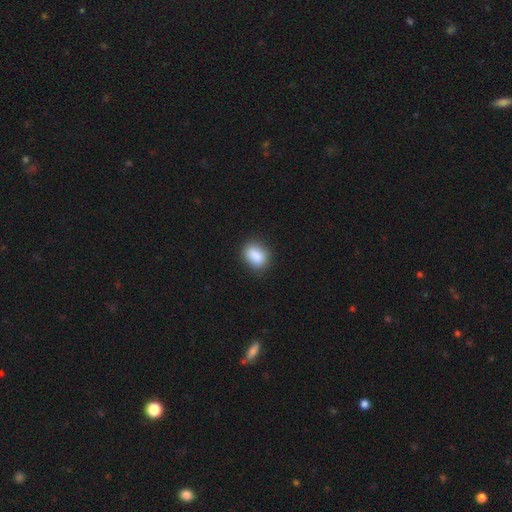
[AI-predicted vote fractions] Smooth or featured: smooth — 87% (star or artifact — 8%)
How rounded: in between — 69% (round — 29%)
Merging: none — 81% (minor disturbance — 15%)